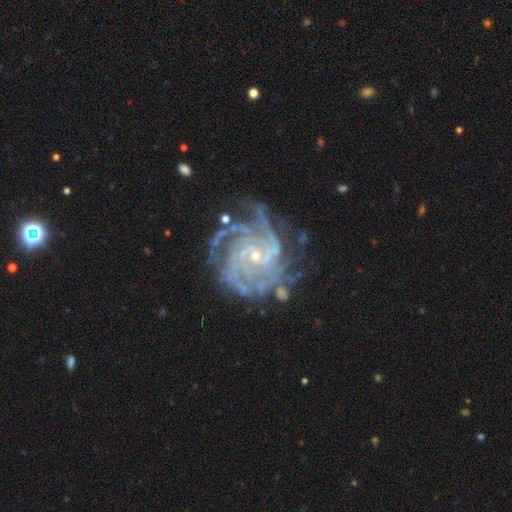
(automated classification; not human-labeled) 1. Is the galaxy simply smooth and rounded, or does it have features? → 91% featured or disk, 6% star or artifact, 3% smooth.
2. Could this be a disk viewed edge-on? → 98% no, 2% yes.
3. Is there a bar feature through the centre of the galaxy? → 56% no, 33% weak, 11% strong.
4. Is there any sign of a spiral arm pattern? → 98% yes, 2% no.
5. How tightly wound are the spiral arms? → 71% tight, 25% medium, 4% loose.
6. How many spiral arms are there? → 30% 4, 20% more than 4, 17% 3, 16% can't tell, 10% 2, 7% 1.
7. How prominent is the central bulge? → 80% small, 16% moderate, 2% none, 1% large, 1% dominant.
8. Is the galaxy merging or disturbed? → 65% none, 21% minor disturbance, 11% major disturbance, 3% merger.